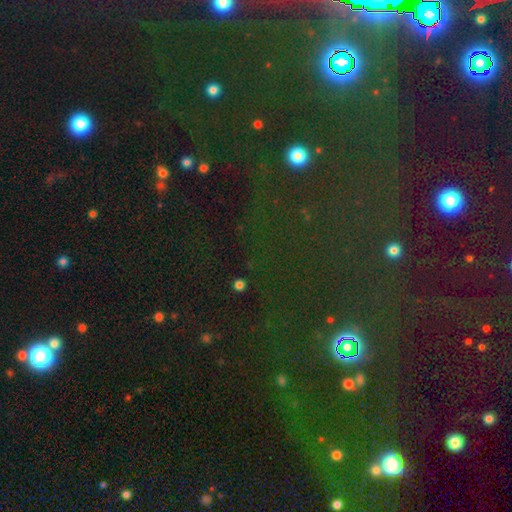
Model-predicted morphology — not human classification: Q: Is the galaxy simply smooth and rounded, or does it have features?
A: star or artifact — 76%.